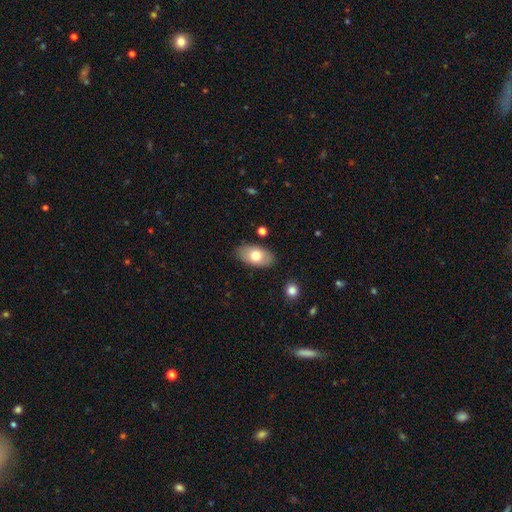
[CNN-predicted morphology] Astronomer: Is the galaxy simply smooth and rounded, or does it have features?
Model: smooth — 74%.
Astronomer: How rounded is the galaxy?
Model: in between — 93%.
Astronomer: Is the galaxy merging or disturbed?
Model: none — 84%.